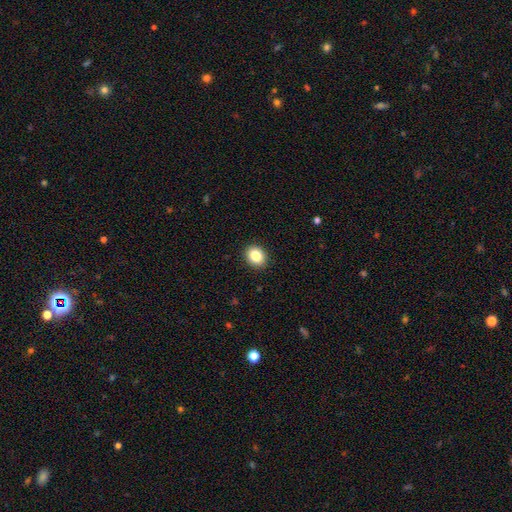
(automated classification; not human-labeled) smooth_or_featured: smooth (p=0.85) [alt: star or artifact p=0.09]
how_rounded: round (p=0.58) [alt: in between p=0.41]
merging: none (p=0.91) [alt: minor disturbance p=0.06]